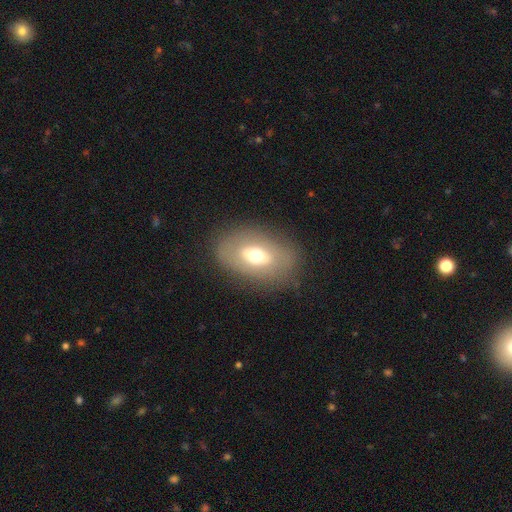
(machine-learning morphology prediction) Overall: smooth (53%; featured or disk 38%). How rounded: in between (84%). Merging: none (81%).